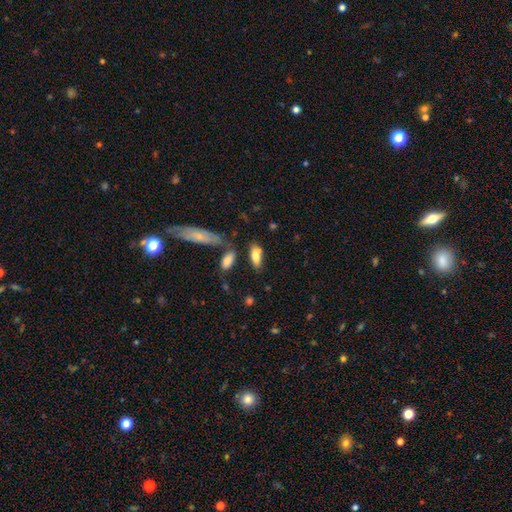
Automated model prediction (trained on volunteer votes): Morphology: type=smooth (76%); roundness=in between (74%); merging=none (60%).